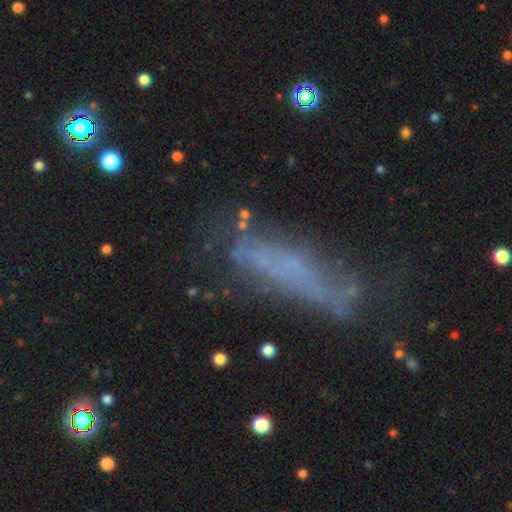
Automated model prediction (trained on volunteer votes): featured or disk 43%, smooth 40%, star or artifact 17%. Down the decision tree: merging — none (47%).